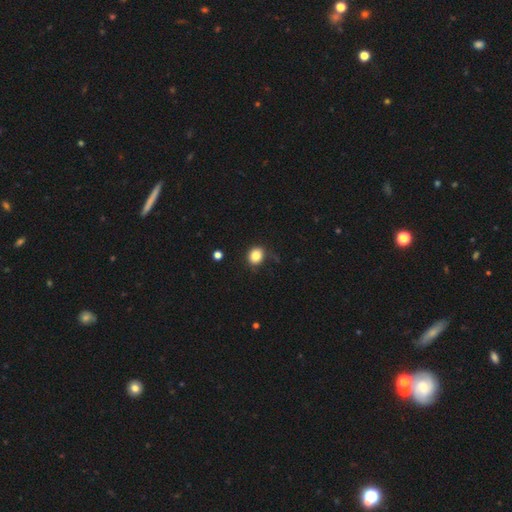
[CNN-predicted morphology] A smooth galaxy with no disk features (85%) that is round (64%).

Vote fractions:
- Smooth or featured? smooth: 85% / star or artifact: 10% / featured or disk: 5%
- How rounded? round: 64% / in between: 35% / cigar-shaped: 1%
- Merging? none: 79% / minor disturbance: 16% / major disturbance: 4% / merger: 2%